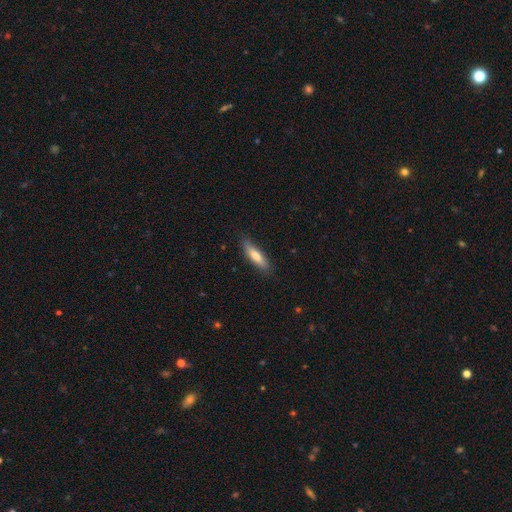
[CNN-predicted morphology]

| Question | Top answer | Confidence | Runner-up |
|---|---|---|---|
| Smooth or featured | smooth | 69% | featured or disk (26%) |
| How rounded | cigar-shaped | 71% | in between (27%) |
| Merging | none | 81% | minor disturbance (15%) |